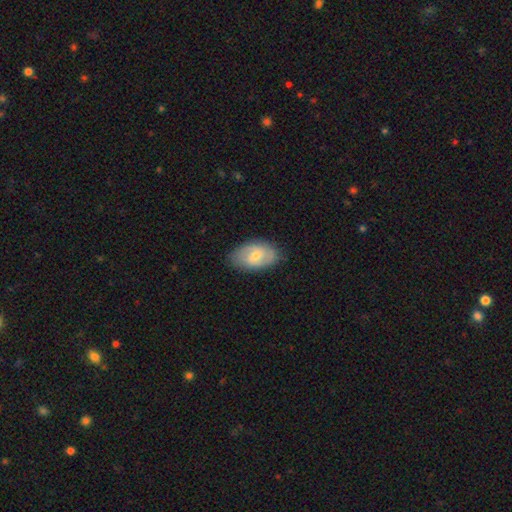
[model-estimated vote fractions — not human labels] smooth-or-featured: smooth: 50% | featured or disk: 44% | star or artifact: 6%
  merging: none: 80% | minor disturbance: 15% | major disturbance: 3% | merger: 1%